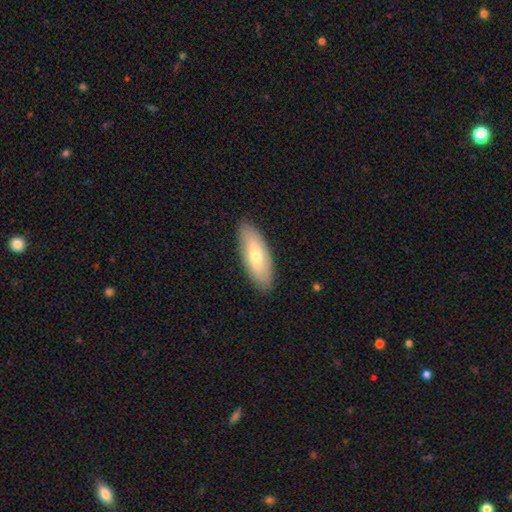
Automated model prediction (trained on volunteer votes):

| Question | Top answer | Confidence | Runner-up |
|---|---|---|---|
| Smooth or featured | smooth | 62% | featured or disk (32%) |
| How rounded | in between | 74% | cigar-shaped (23%) |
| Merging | none | 88% | minor disturbance (9%) |